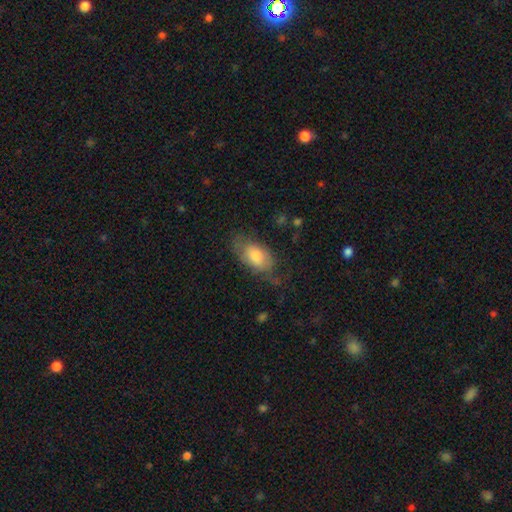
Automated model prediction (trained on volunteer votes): Smooth or featured?
  - smooth: 71% *
  - featured or disk: 22%
  - star or artifact: 7%
How rounded?
  - in between: 91% *
  - round: 5%
  - cigar-shaped: 4%
Merging?
  - none: 56% *
  - minor disturbance: 28%
  - major disturbance: 14%
  - merger: 2%